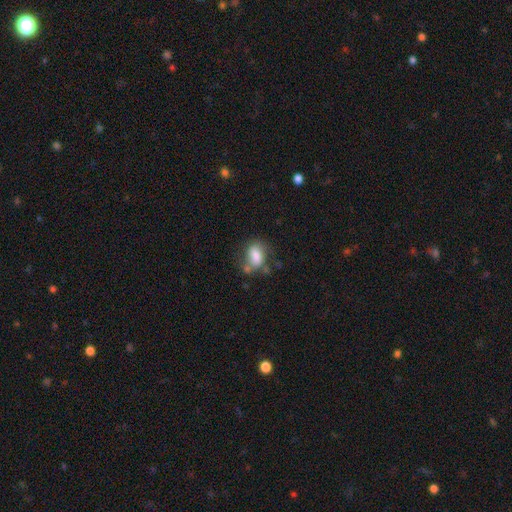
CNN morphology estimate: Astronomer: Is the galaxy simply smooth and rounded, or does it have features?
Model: smooth — 72%.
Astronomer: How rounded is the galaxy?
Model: in between — 81%.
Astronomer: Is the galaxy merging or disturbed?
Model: none — 49% (runner-up: minor disturbance, 25%).